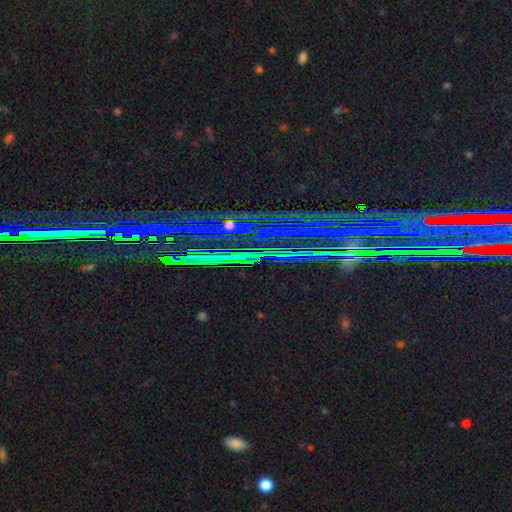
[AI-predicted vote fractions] Smooth or featured: star or artifact — 88% (featured or disk — 7%)